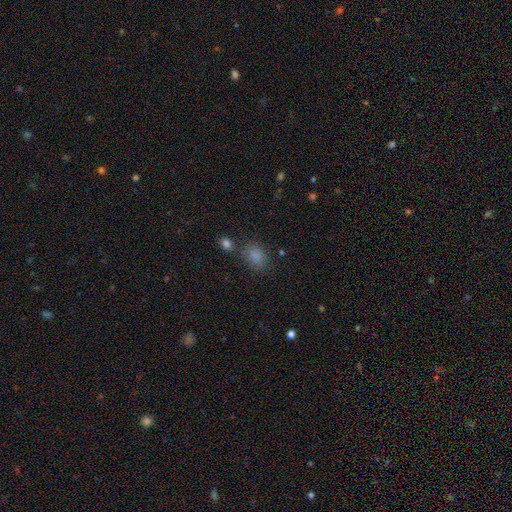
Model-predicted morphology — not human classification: type=smooth (82%); roundness=in between (67%); merging=none (69%).